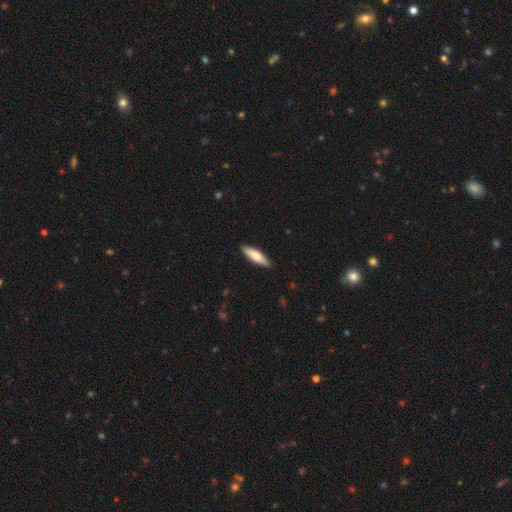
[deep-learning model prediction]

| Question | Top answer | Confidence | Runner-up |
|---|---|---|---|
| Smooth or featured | smooth | 75% | featured or disk (19%) |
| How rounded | cigar-shaped | 61% | in between (37%) |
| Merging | none | 89% | minor disturbance (9%) |